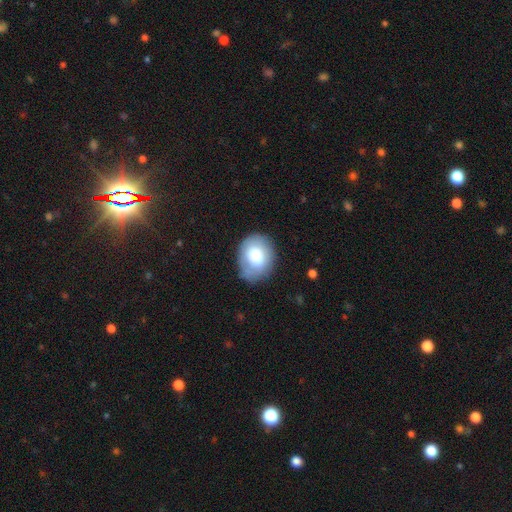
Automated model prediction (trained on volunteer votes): smooth 75%, featured or disk 18%, star or artifact 7%. Down the decision tree: how rounded — in between (53%); merging — none (65%).